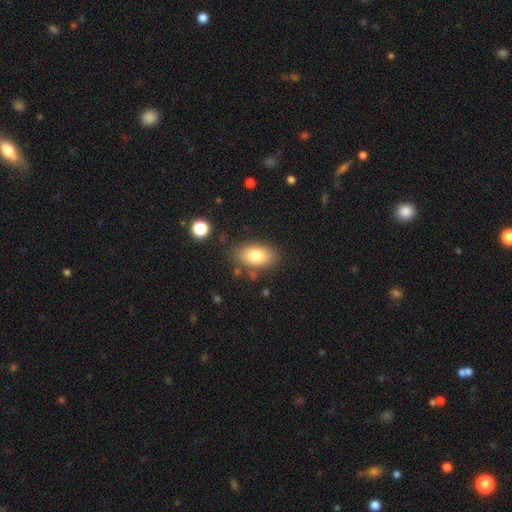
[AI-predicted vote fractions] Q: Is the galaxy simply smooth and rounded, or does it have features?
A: smooth — 79%.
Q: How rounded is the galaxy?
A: in between — 91%.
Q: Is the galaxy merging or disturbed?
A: none — 80%.